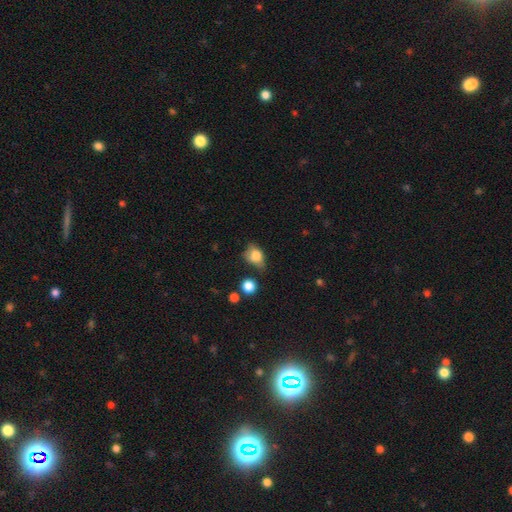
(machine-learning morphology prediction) smooth-or-featured: smooth: 74% | featured or disk: 16% | star or artifact: 10%
  how-rounded: in between: 64% | round: 34% | cigar-shaped: 2%
  merging: none: 41% | minor disturbance: 37% | major disturbance: 15% | merger: 7%